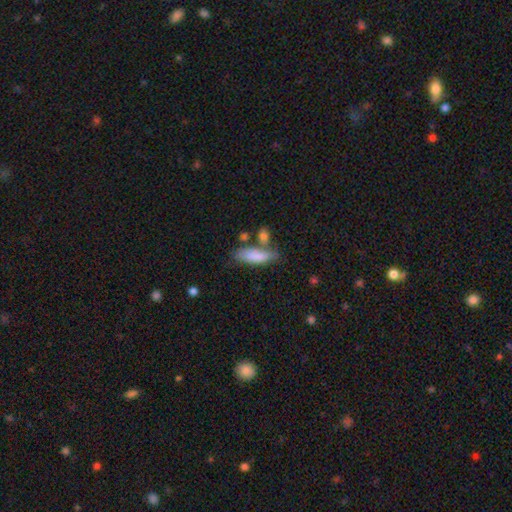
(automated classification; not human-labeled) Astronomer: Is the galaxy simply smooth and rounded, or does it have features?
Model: smooth — 80%.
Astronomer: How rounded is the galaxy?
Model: in between — 52% (runner-up: cigar-shaped, 46%).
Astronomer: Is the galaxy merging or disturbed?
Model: none — 55%.